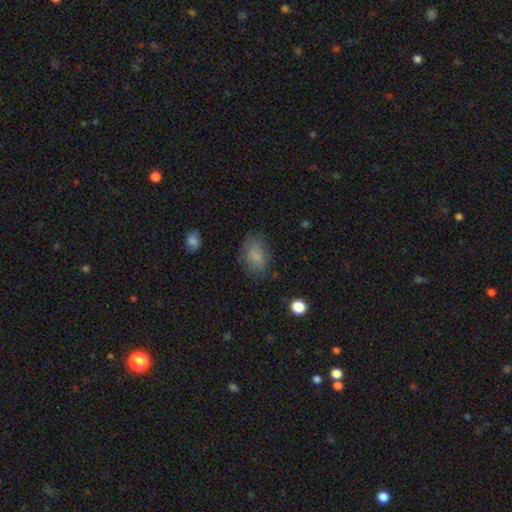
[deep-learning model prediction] This is clearly a smooth galaxy (81%). How rounded: clearly in between (82%). Merging: likely none (68%).